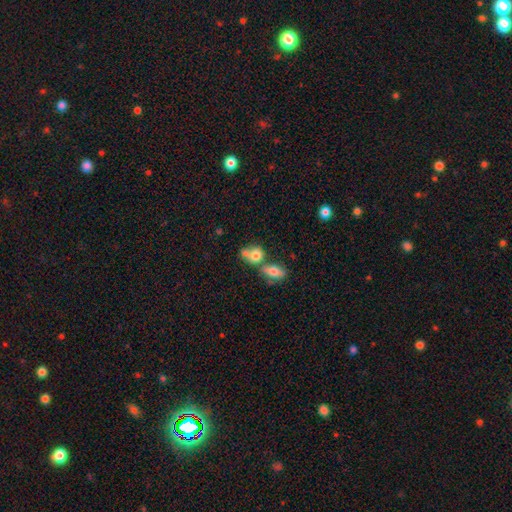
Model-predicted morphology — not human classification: The model was most divided on "how rounded": round: 51%, in between: 46%, cigar-shaped: 2%. More confident: smooth or featured — smooth (76%); merging — merger (55%).